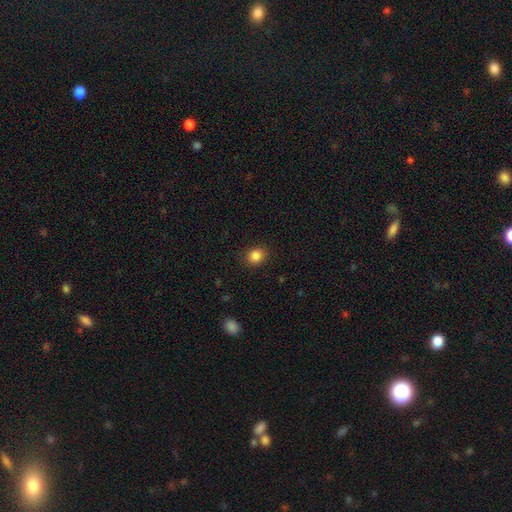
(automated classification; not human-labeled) smooth-or-featured: smooth: 86% | star or artifact: 10% | featured or disk: 4%
  how-rounded: round: 61% | in between: 38% | cigar-shaped: 1%
  merging: none: 88% | minor disturbance: 8% | major disturbance: 3% | merger: 1%